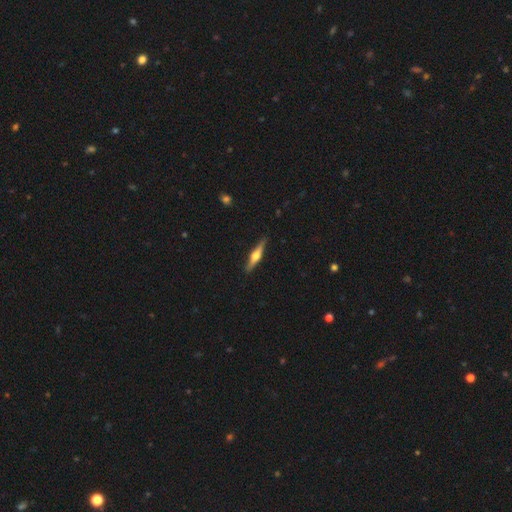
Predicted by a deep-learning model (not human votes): Overall: featured or disk (66%; smooth 29%). Edge-on disk: yes (97%). Edge-on bulge: rounded (94%). Merging: none (89%).